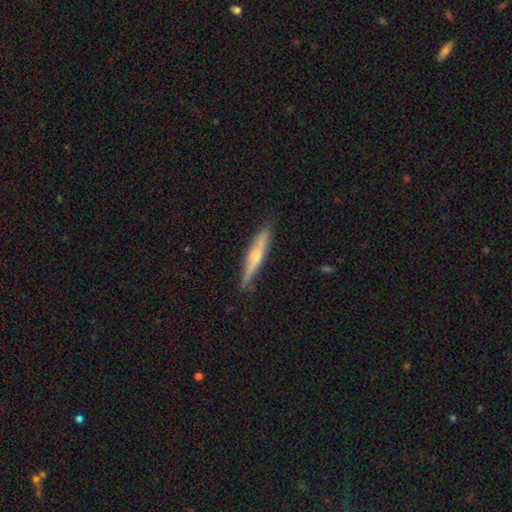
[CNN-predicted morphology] The model was most divided on "smooth or featured": featured or disk: 54%, smooth: 40%, star or artifact: 6%. More confident: edge-on disk — yes (95%); merging — none (83%); edge-on bulge — rounded (72%).